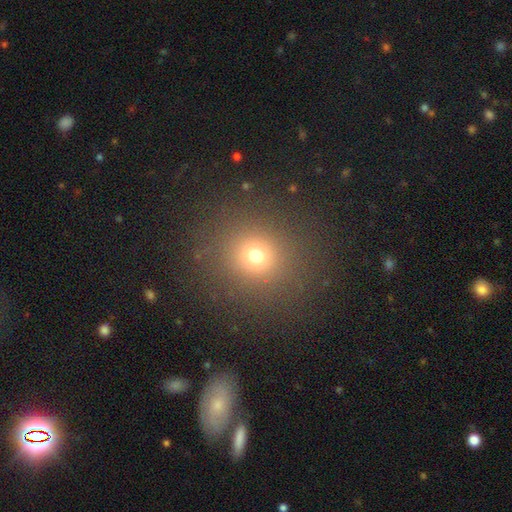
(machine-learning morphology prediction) Smooth or featured? smooth (71%)
How rounded? round (88%)
Merging? none (86%)